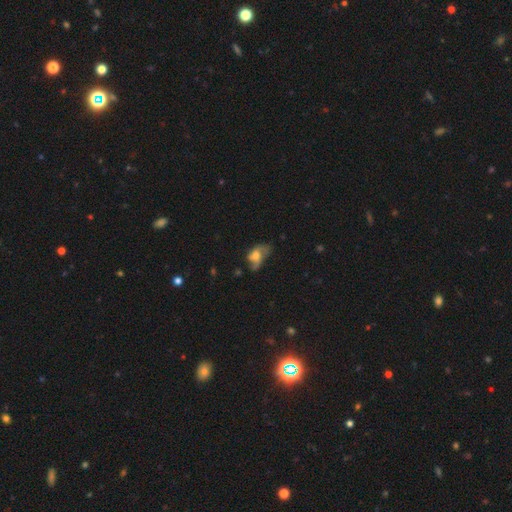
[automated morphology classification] This is possibly a featured or disk galaxy (47%). Merging: marginally none (35%).